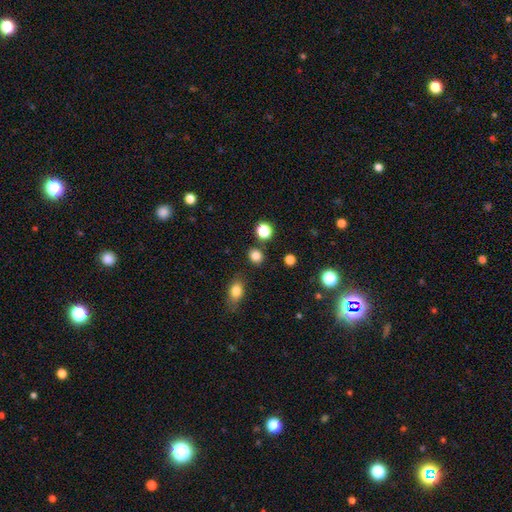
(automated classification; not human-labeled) Smooth or featured?
  - smooth: 81% *
  - star or artifact: 14%
  - featured or disk: 4%
How rounded?
  - round: 79% *
  - in between: 20%
  - cigar-shaped: 1%
Merging?
  - none: 85% *
  - minor disturbance: 8%
  - merger: 4%
  - major disturbance: 3%